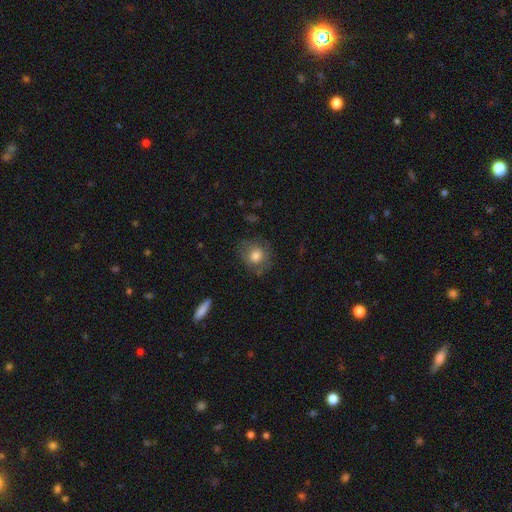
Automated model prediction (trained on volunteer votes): A smooth galaxy with no disk features (74%) that is round (77%). Merging: none (68%).